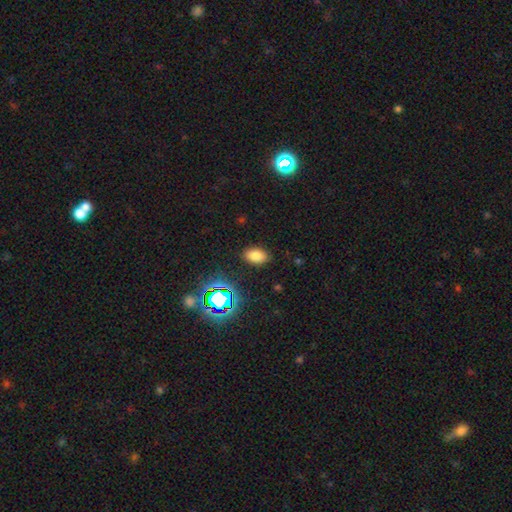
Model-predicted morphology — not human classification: smooth-or-featured: smooth: 74% | star or artifact: 18% | featured or disk: 7%
  how-rounded: in between: 90% | round: 8% | cigar-shaped: 2%
  merging: none: 86% | minor disturbance: 9% | major disturbance: 3% | merger: 1%